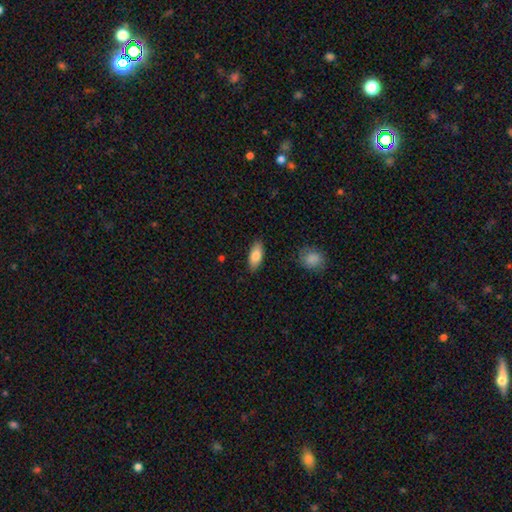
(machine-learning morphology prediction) This is clearly a smooth galaxy (83%). How rounded: clearly in between (86%). Merging: clearly none (86%).